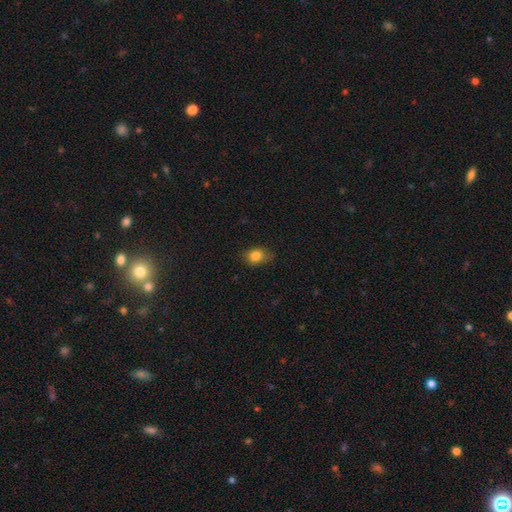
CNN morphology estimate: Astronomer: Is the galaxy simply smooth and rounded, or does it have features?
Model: smooth — 83%.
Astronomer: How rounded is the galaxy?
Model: in between — 60% (runner-up: round, 39%).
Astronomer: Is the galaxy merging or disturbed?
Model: none — 73%.